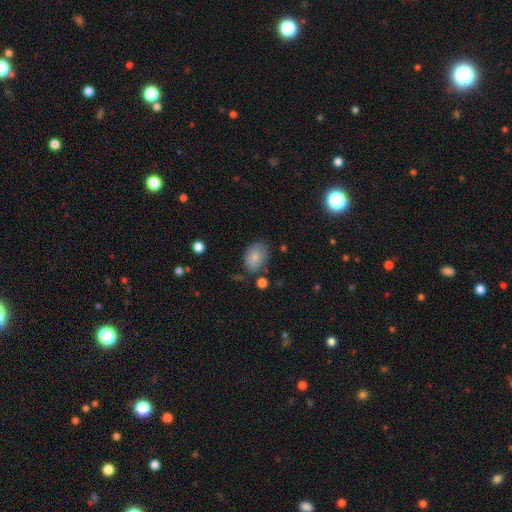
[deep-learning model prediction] The model was most divided on "merging": none: 66%, minor disturbance: 23%, major disturbance: 7%, merger: 5%. More confident: smooth or featured — smooth (82%); how rounded — in between (81%).